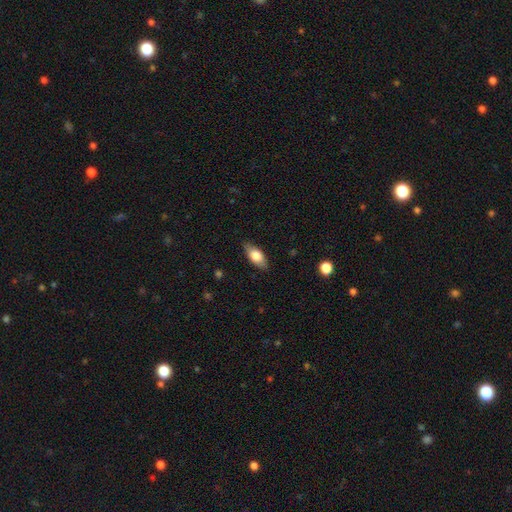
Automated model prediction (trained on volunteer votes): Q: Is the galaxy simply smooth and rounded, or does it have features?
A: smooth — 74%.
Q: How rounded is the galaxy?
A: in between — 86%.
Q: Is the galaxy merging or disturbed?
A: none — 83%.